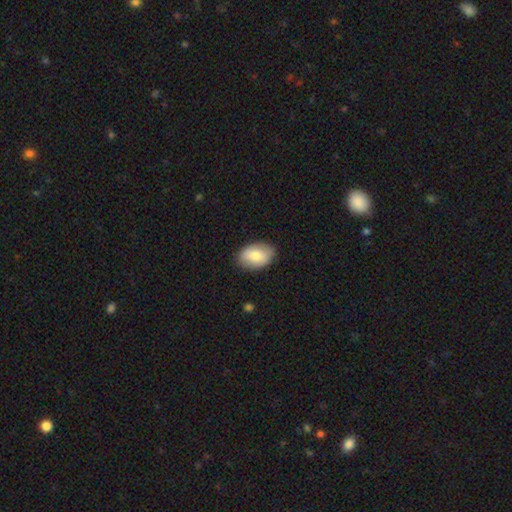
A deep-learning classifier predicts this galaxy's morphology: A smooth galaxy with no disk features (76%) that is in between round and cigar-shaped (88%). Merging: none (83%).